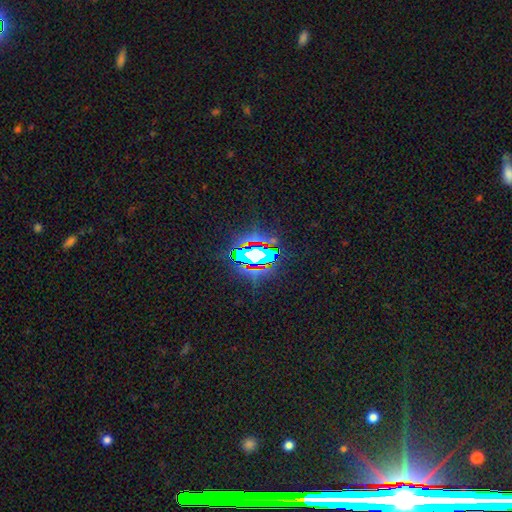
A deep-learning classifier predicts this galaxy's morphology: Smooth or featured: star or artifact — 78% (smooth — 12%)